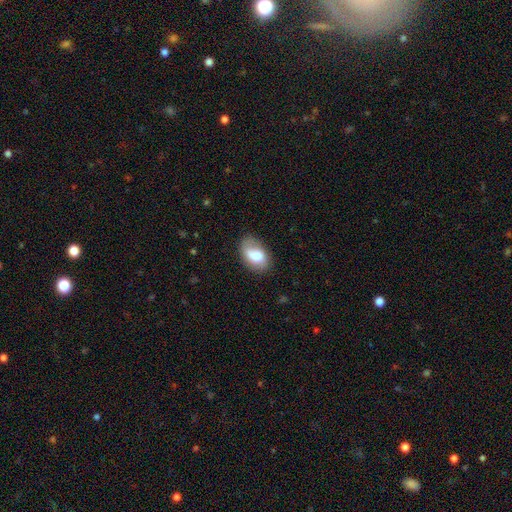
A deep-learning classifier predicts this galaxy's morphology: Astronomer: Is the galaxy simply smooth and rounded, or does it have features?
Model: smooth — 75%.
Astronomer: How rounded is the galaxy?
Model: in between — 89%.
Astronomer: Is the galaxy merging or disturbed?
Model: none — 61%.